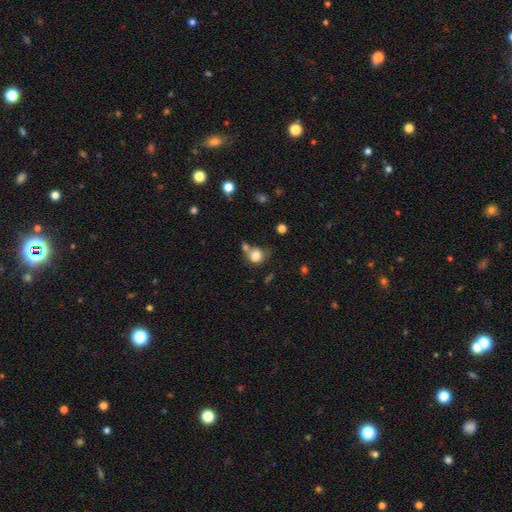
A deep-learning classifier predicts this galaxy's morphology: type=smooth (81%); roundness=round (72%); merging=none (48%).